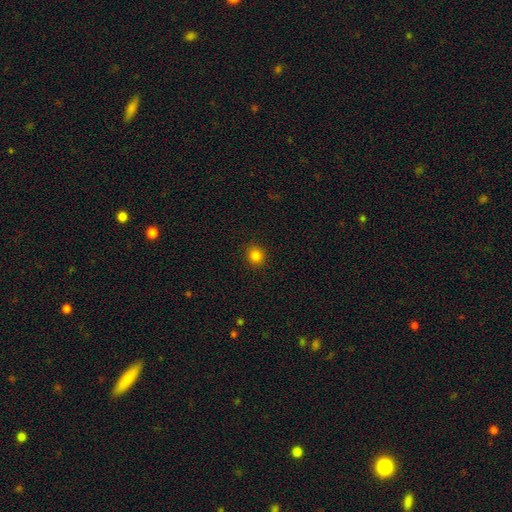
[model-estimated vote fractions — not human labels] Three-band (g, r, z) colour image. It shows a smooth galaxy with no disk features (82%) that is round (85%). Merging: none (91%).